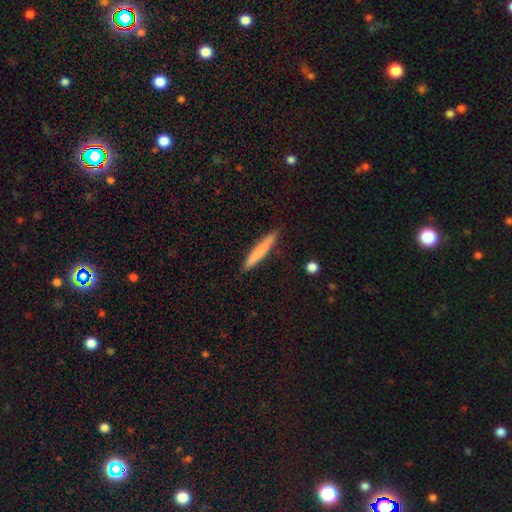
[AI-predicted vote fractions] Smooth or featured: smooth — 72% (featured or disk — 22%)
How rounded: cigar-shaped — 95% (in between — 3%)
Merging: none — 89% (minor disturbance — 8%)